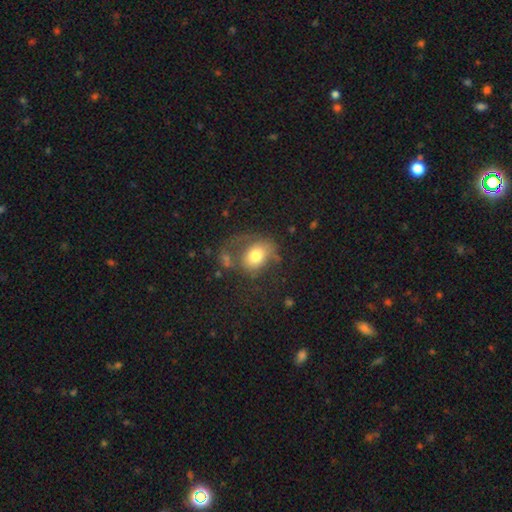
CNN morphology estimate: type=smooth (66%); roundness=in between (59%); merging=major disturbance (37%).